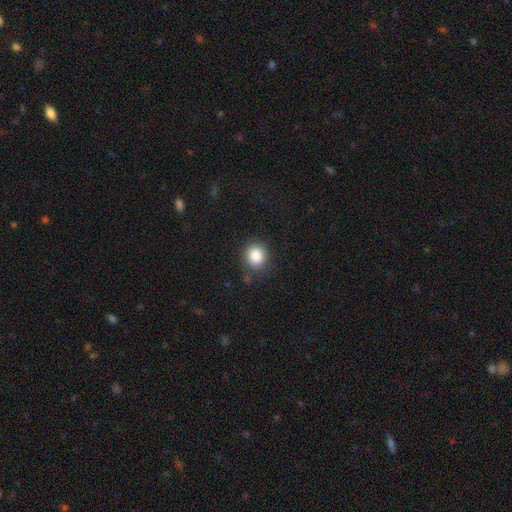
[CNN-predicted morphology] Smooth or featured? Predicted: smooth (p=0.86). How rounded? Predicted: round (p=0.78). Merging? Predicted: none (p=0.83).